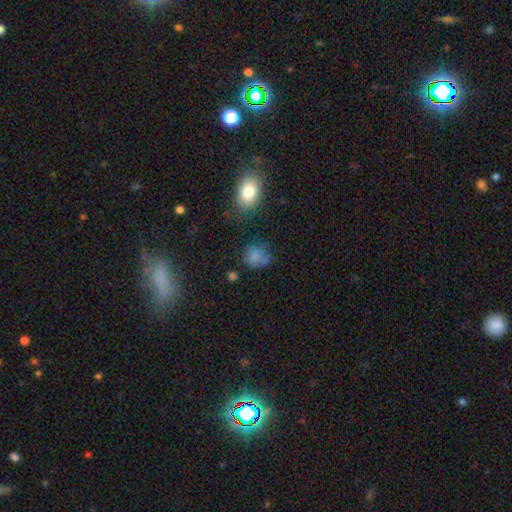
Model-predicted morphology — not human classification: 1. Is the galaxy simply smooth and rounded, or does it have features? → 71% smooth, 16% star or artifact, 13% featured or disk.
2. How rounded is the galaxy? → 63% round, 36% in between, 1% cigar-shaped.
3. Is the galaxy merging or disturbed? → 57% none, 25% minor disturbance, 13% major disturbance, 5% merger.